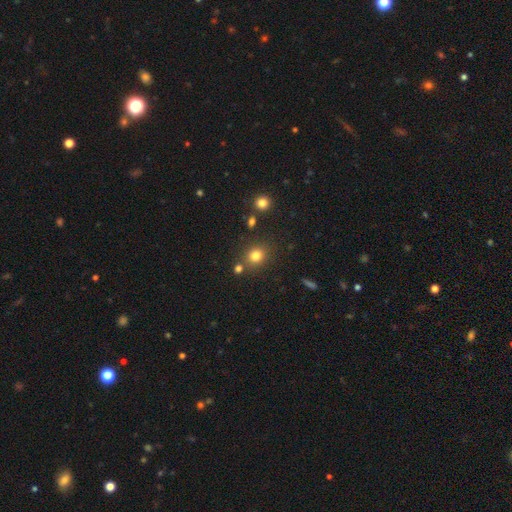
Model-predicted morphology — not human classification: type=smooth (80%); roundness=round (74%); merging=none (77%).